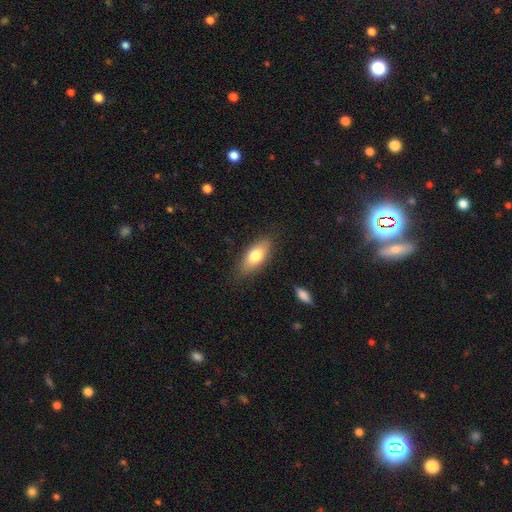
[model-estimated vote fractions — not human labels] smooth 74%, featured or disk 19%, star or artifact 7%. Down the decision tree: how rounded — in between (82%); merging — none (83%).